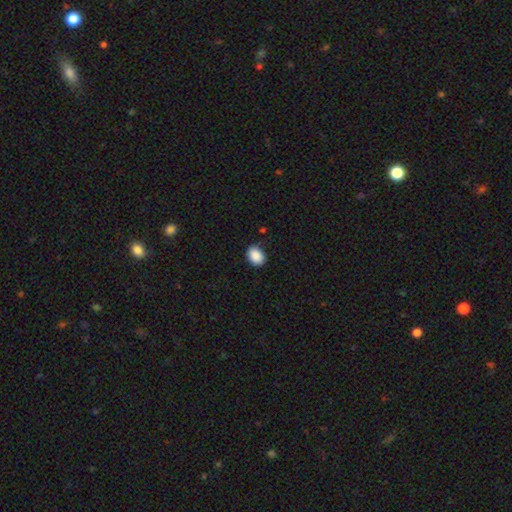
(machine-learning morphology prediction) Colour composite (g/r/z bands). It shows a smooth galaxy with no disk features (89%) that is in between round and cigar-shaped (75%). Merging: none (82%).